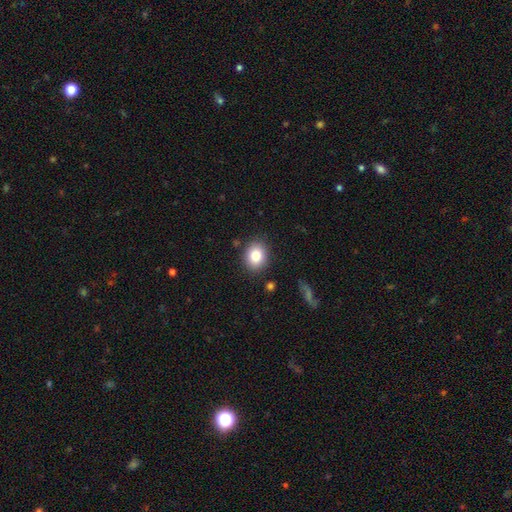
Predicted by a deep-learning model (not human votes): Smooth or featured? smooth (82%)
How rounded? round (58%)
Merging? none (87%)